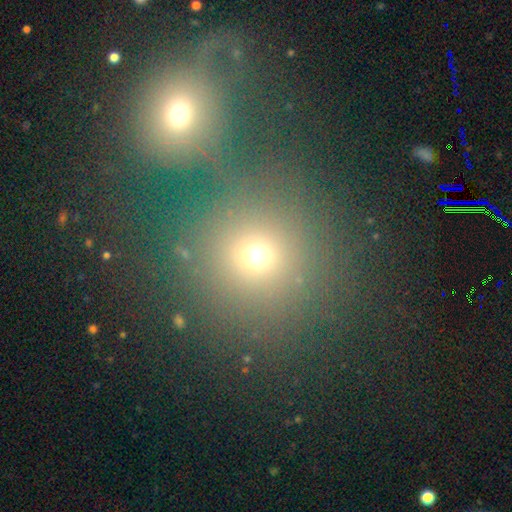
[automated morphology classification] Overall: smooth (67%). How rounded: round (90%). Merging: none (60%; merger 27%).